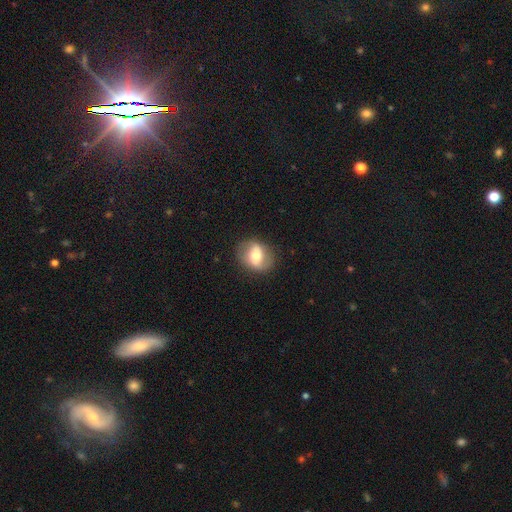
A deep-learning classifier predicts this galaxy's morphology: This appears to be a featured or disk galaxy (49%). Merging: none (80%).